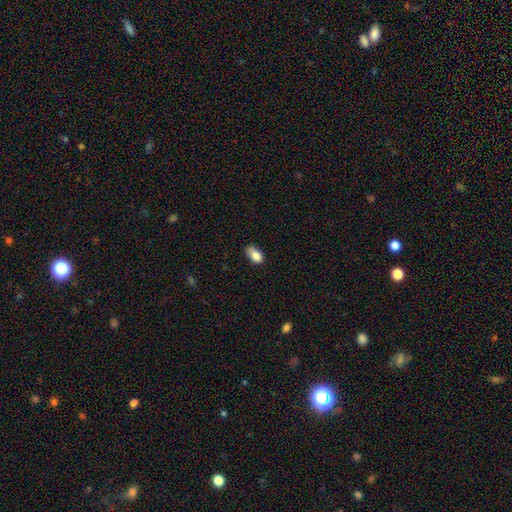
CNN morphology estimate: The model was most divided on "merging": none: 62%, minor disturbance: 30%, major disturbance: 6%, merger: 2%. More confident: how rounded — in between (90%); smooth or featured — smooth (84%).